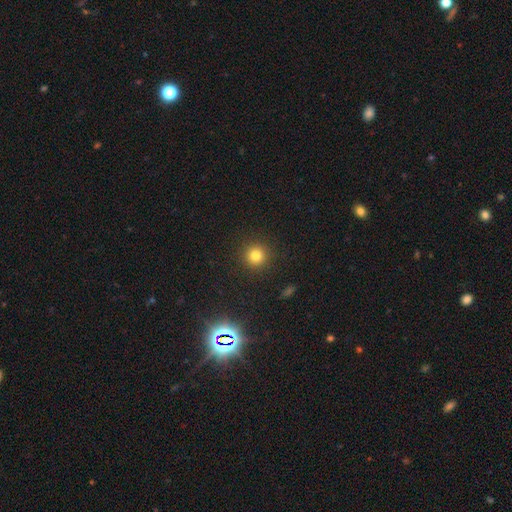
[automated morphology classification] The model was most divided on "smooth or featured": smooth: 79%, star or artifact: 15%, featured or disk: 6%. More confident: how rounded — round (95%); merging — none (91%).